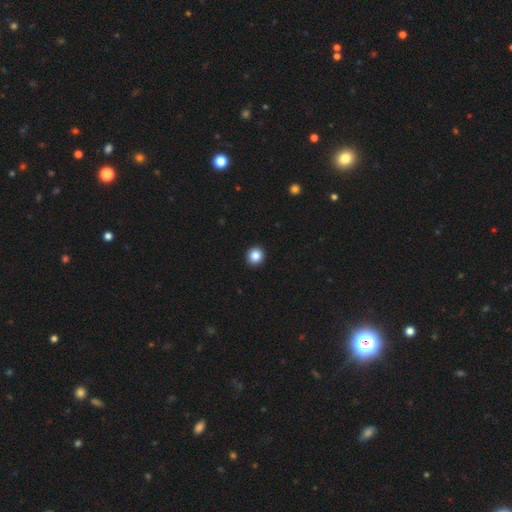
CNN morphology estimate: This appears to be a smooth galaxy with no disk features (86%) that is round (91%). Merging: none (93%).